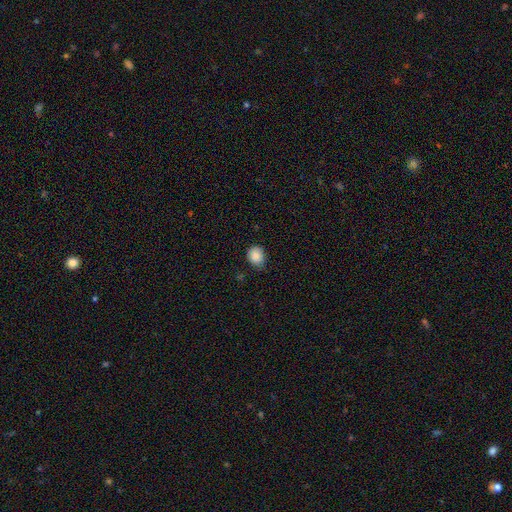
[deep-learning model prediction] Smooth or featured?
  - smooth: 88% *
  - star or artifact: 9%
  - featured or disk: 4%
How rounded?
  - round: 69% *
  - in between: 30%
  - cigar-shaped: 1%
Merging?
  - none: 72% *
  - minor disturbance: 23%
  - major disturbance: 3%
  - merger: 1%